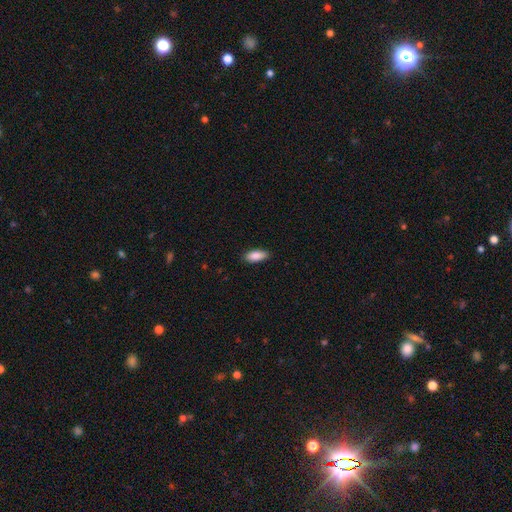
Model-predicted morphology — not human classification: A smooth galaxy with no disk features (88%) that is in between round and cigar-shaped (82%).

Vote fractions:
- Smooth or featured? smooth: 88% / star or artifact: 6% / featured or disk: 5%
- How rounded? in between: 82% / cigar-shaped: 16% / round: 2%
- Merging? none: 87% / minor disturbance: 11% / major disturbance: 2% / merger: 1%